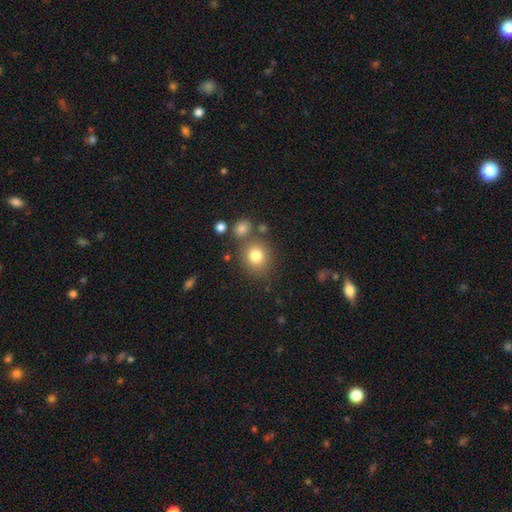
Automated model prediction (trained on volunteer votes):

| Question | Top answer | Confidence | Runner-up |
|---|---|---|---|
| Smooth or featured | smooth | 79% | star or artifact (12%) |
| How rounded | round | 80% | in between (19%) |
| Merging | none | 74% | minor disturbance (11%) |